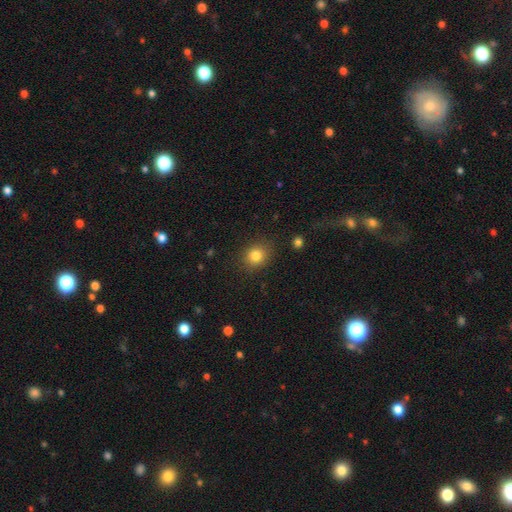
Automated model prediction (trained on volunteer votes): Smooth or featured? Predicted: smooth (p=0.82). How rounded? Predicted: round (p=0.72). Merging? Predicted: none (p=0.86).